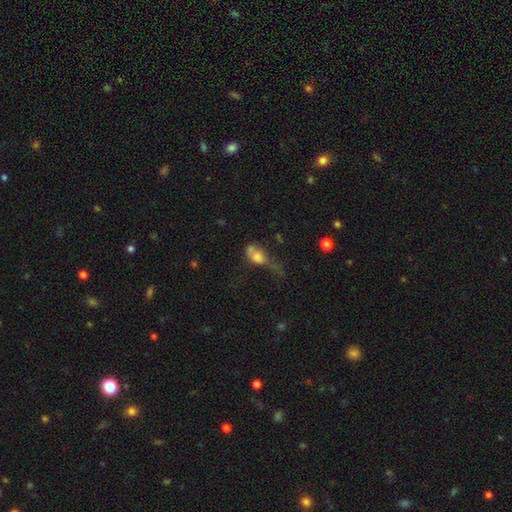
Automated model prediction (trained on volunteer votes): Smooth or featured: smooth — 64% (featured or disk — 23%)
How rounded: in between — 72% (round — 19%)
Merging: major disturbance — 44% (minor disturbance — 20%)